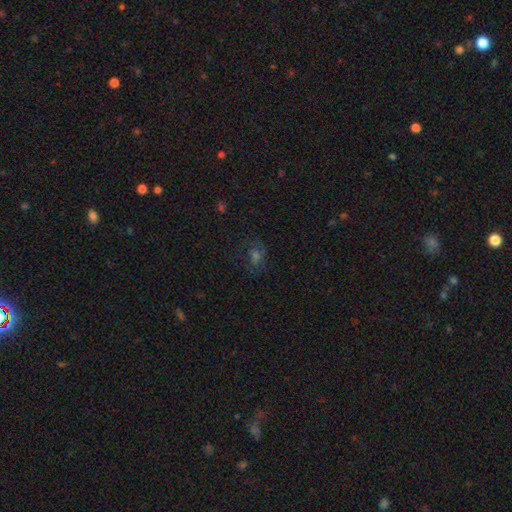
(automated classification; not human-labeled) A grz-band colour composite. It shows a smooth galaxy with no disk features (38%). Merging: none (64%).